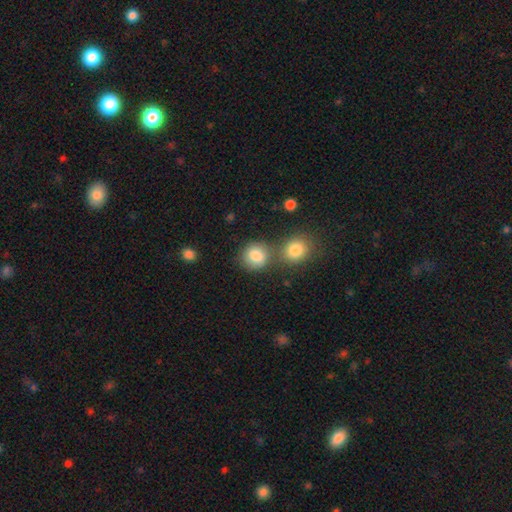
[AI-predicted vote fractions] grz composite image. It shows a smooth galaxy with no disk features (84%) that is round (81%). Merging: none (60%).